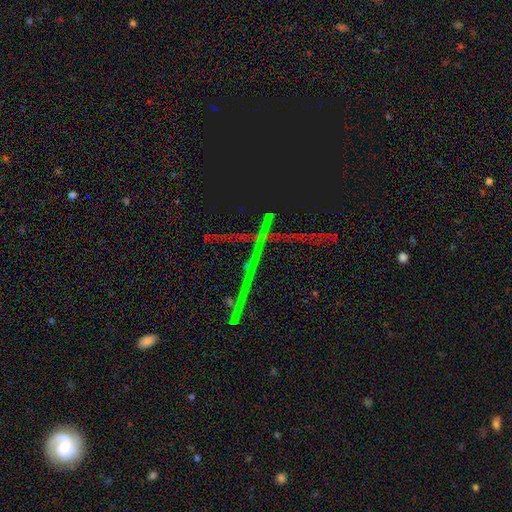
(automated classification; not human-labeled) Smooth or featured? star or artifact (66%)